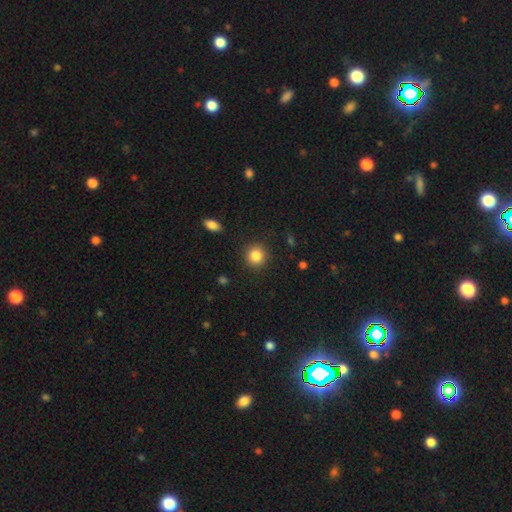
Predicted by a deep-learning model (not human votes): Q: Smooth or featured?
A: smooth (85%); runner-up: star or artifact (10%)
Q: How rounded?
A: round (90%); runner-up: in between (9%)
Q: Merging?
A: none (90%); runner-up: minor disturbance (7%)